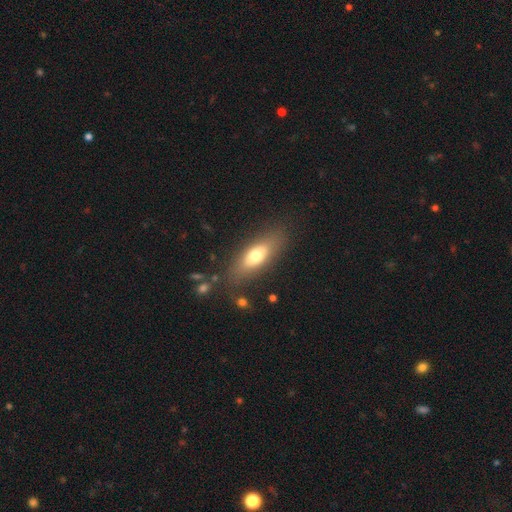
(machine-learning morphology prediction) type=smooth (67%); roundness=in between (64%); merging=none (80%).